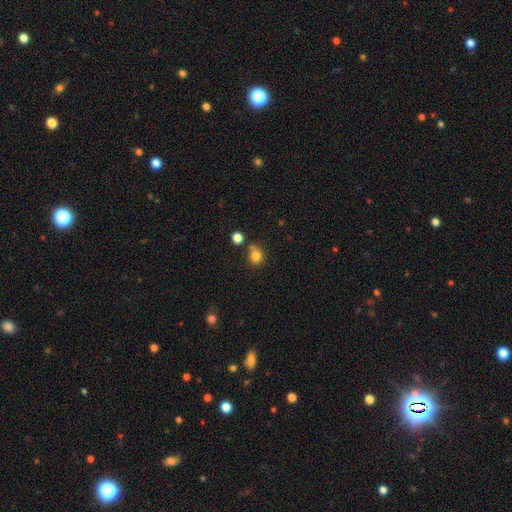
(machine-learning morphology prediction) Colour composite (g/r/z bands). It shows a smooth galaxy with no disk features (82%) that is round (72%). Merging: none (64%).